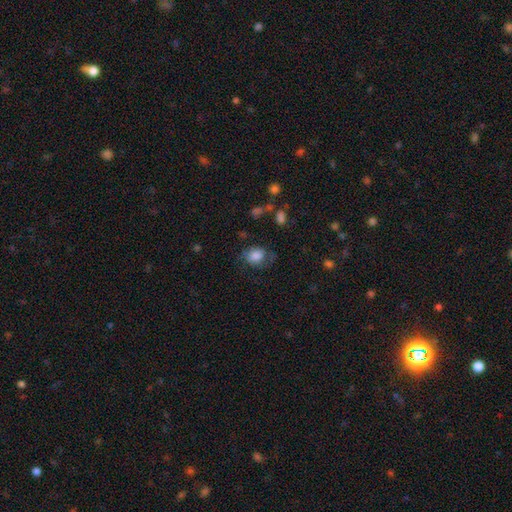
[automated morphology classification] Smooth or featured? Predicted: smooth (p=0.79). How rounded? Predicted: in between (p=0.53). Merging? Predicted: none (p=0.57).